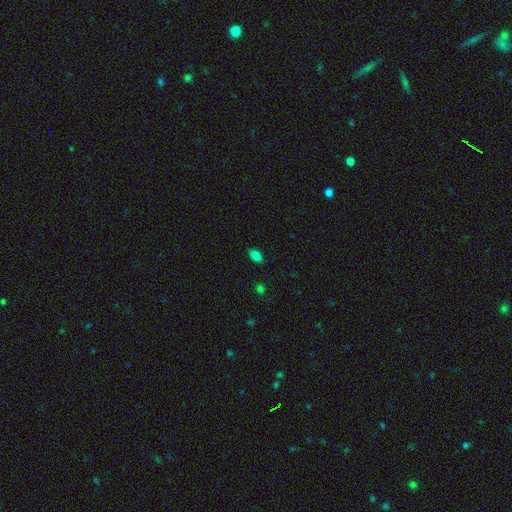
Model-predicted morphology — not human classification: Smooth or featured: smooth — 83% (star or artifact — 11%)
How rounded: in between — 89% (round — 8%)
Merging: none — 87% (minor disturbance — 10%)